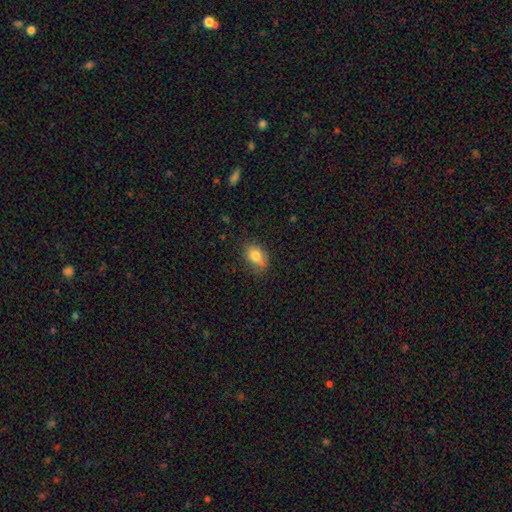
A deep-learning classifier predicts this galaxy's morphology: The model was most divided on "merging": none: 73%, minor disturbance: 21%, major disturbance: 4%, merger: 2%. More confident: smooth or featured — smooth (82%); how rounded — in between (77%).